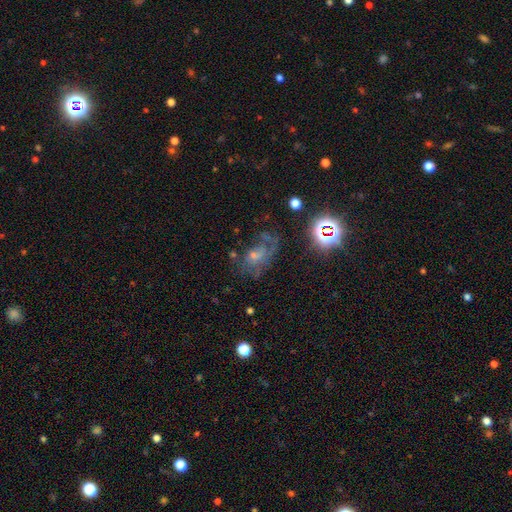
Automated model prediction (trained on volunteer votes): This appears to be a featured or disk galaxy (52%). Merging: none (44%).